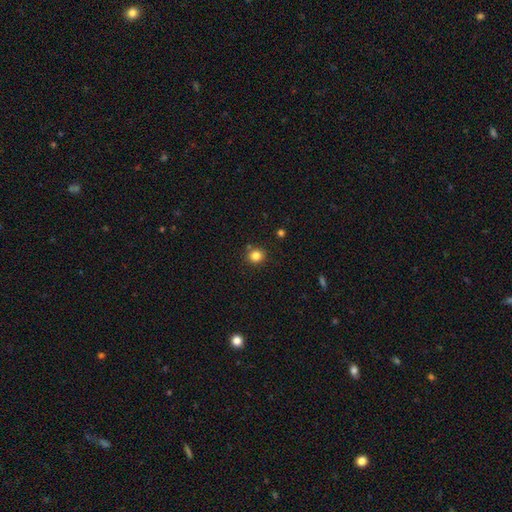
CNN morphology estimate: type=smooth (83%); roundness=round (88%); merging=none (85%).